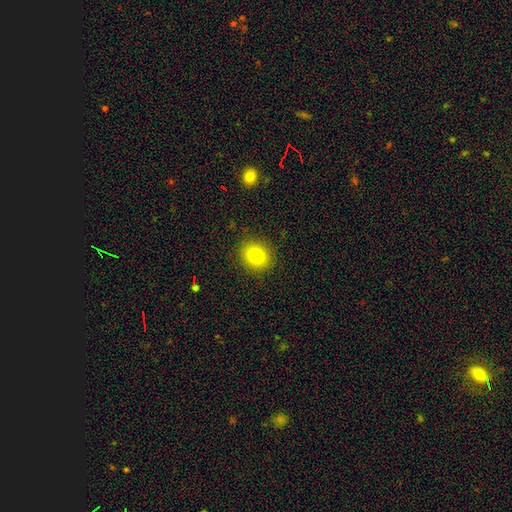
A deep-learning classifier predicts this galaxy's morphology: The model was most divided on "how rounded": round: 72%, in between: 27%, cigar-shaped: 1%. More confident: merging — none (89%); smooth or featured — smooth (81%).